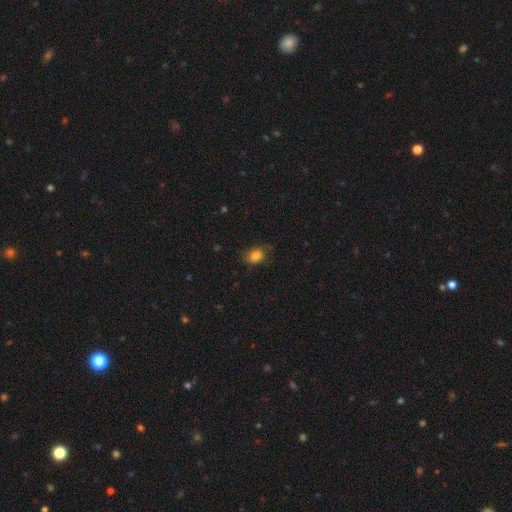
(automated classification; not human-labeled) A smooth galaxy with no disk features (82%) that is in between round and cigar-shaped (60%).

Vote fractions:
- Smooth or featured? smooth: 82% / star or artifact: 10% / featured or disk: 7%
- How rounded? in between: 60% / round: 39% / cigar-shaped: 1%
- Merging? none: 71% / minor disturbance: 21% / major disturbance: 6% / merger: 1%